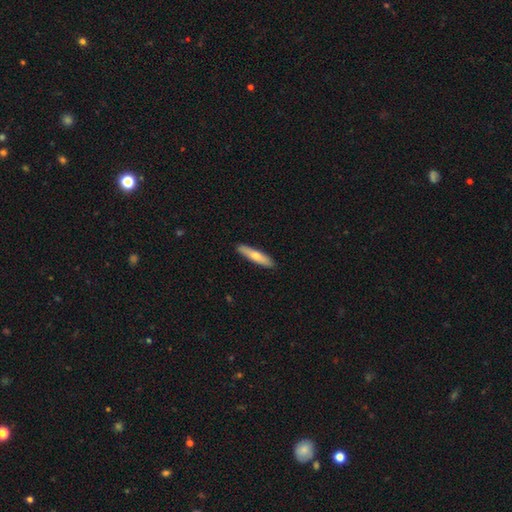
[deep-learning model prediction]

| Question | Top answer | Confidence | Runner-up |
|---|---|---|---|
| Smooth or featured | smooth | 62% | featured or disk (33%) |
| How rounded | cigar-shaped | 83% | in between (15%) |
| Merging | none | 90% | minor disturbance (7%) |